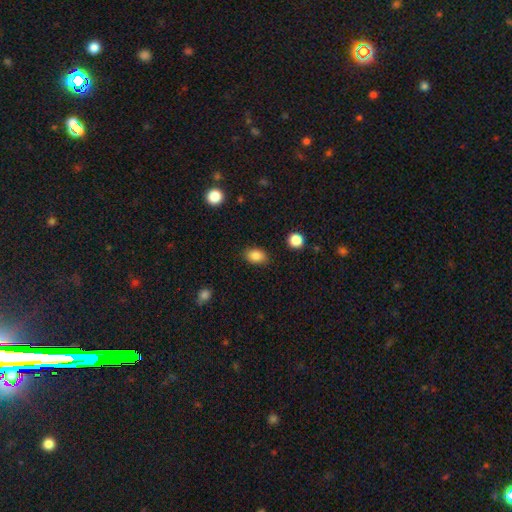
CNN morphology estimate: A smooth galaxy with no disk features (86%) that is in between round and cigar-shaped (78%).

Vote fractions:
- Smooth or featured? smooth: 86% / star or artifact: 9% / featured or disk: 5%
- How rounded? in between: 78% / round: 21% / cigar-shaped: 1%
- Merging? none: 84% / minor disturbance: 11% / major disturbance: 3% / merger: 2%